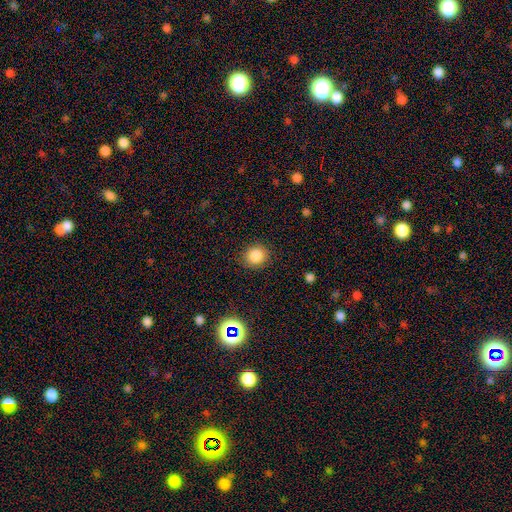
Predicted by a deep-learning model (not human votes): smooth_or_featured: smooth (p=0.85) [alt: star or artifact p=0.11]
how_rounded: round (p=0.82) [alt: in between p=0.17]
merging: none (p=0.87) [alt: minor disturbance p=0.09]